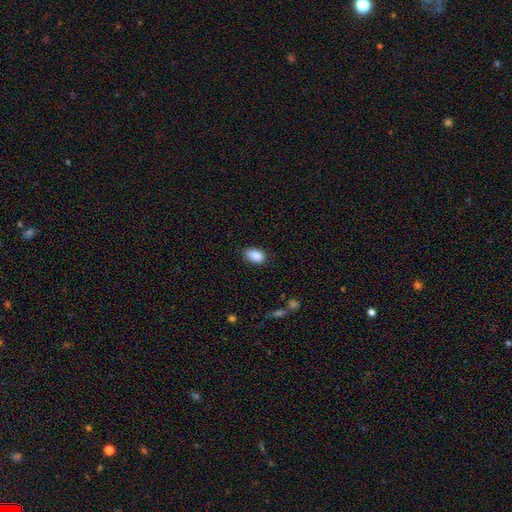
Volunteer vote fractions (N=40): Smooth or featured?
  - smooth: 90% *
  - star or artifact: 8%
  - featured or disk: 2%
How rounded?
  - in between: 86% *
  - round: 11%
  - cigar-shaped: 3%
Merging?
  - none: 78% *
  - minor disturbance: 16%
  - major disturbance: 3%
  - merger: 3%